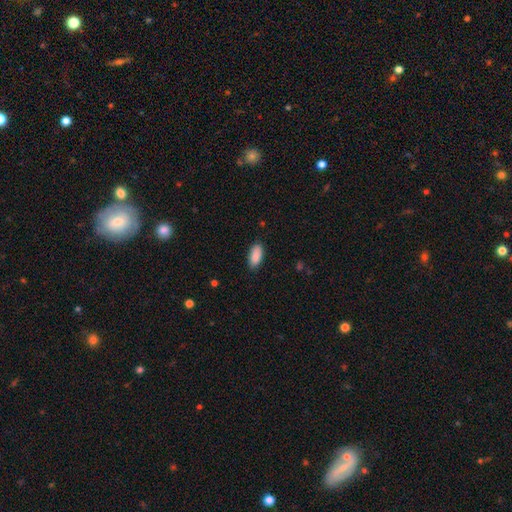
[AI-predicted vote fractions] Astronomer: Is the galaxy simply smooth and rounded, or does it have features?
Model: smooth — 89%.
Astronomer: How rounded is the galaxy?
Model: in between — 88%.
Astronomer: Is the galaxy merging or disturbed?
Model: none — 85%.